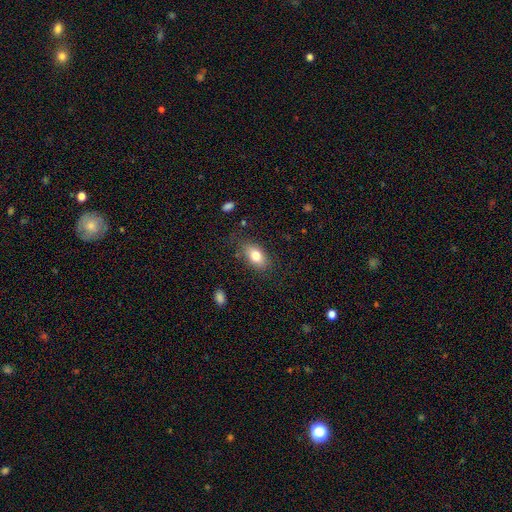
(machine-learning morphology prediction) Overall: smooth (78%). How rounded: in between (88%). Merging: none (80%).